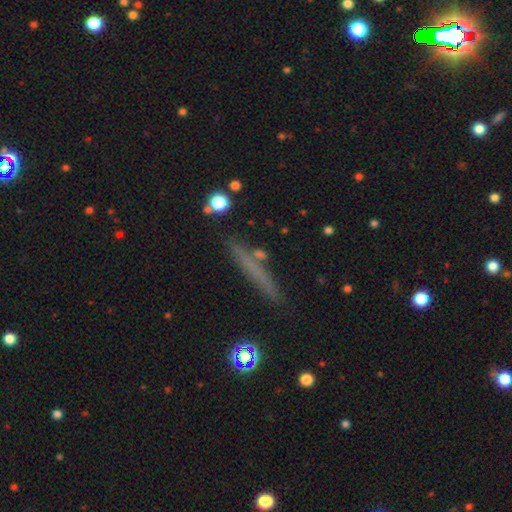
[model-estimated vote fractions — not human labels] This is possibly a smooth galaxy (54%). How rounded: clearly cigar-shaped (94%). Merging: clearly none (84%).